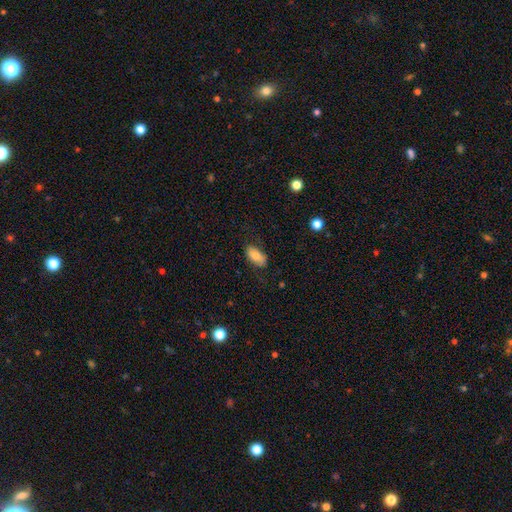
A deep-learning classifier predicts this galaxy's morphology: Q: Smooth or featured?
A: smooth (79%); runner-up: featured or disk (14%)
Q: How rounded?
A: in between (92%); runner-up: cigar-shaped (5%)
Q: Merging?
A: none (75%); runner-up: minor disturbance (19%)